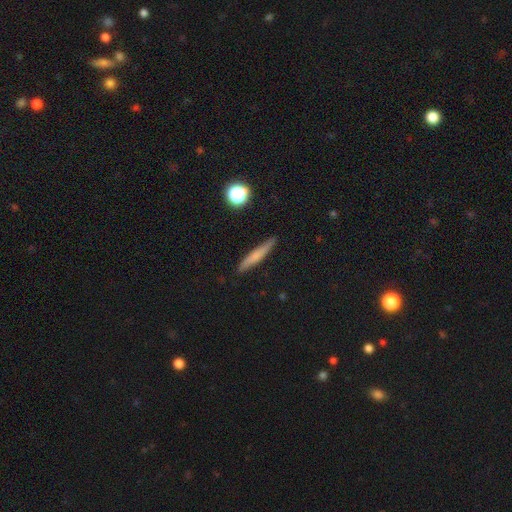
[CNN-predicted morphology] smooth-or-featured: smooth: 60% | featured or disk: 32% | star or artifact: 8%
  how-rounded: cigar-shaped: 93% | in between: 5% | round: 2%
  merging: none: 86% | minor disturbance: 10% | major disturbance: 2% | merger: 2%